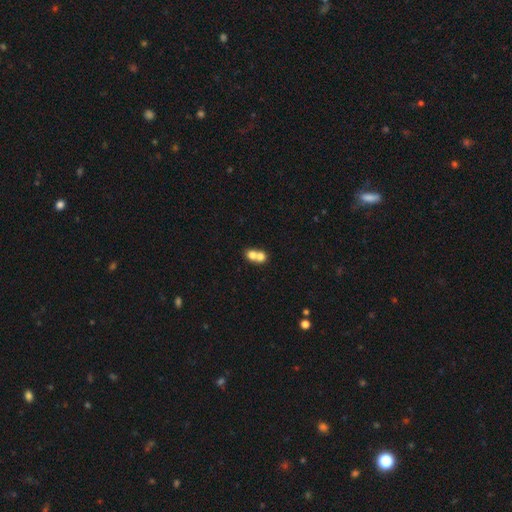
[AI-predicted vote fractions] Q: Smooth or featured?
A: smooth (71%); runner-up: featured or disk (19%)
Q: How rounded?
A: round (68%); runner-up: in between (31%)
Q: Merging?
A: merger (71%); runner-up: none (22%)